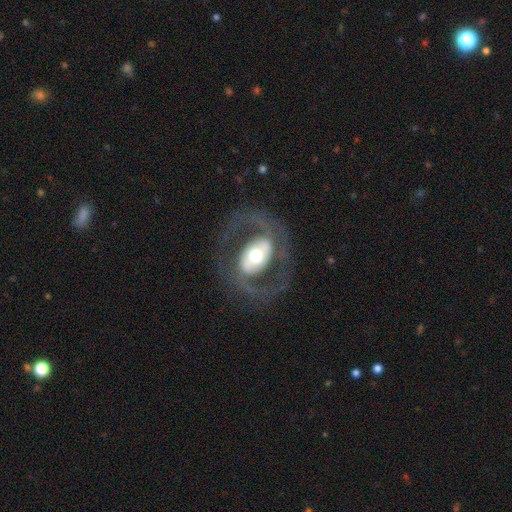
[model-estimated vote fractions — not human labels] Q: Smooth or featured?
A: featured or disk (82%); runner-up: smooth (13%)
Q: Edge-on disk?
A: no (95%); runner-up: yes (5%)
Q: Bar?
A: strong (37%); runner-up: no (36%)
Q: Spiral arms?
A: yes (77%); runner-up: no (23%)
Q: Spiral winding?
A: medium (53%); runner-up: loose (24%)
Q: Spiral arm count?
A: 2 (90%); runner-up: can't tell (5%)
Q: Bulge size?
A: moderate (59%); runner-up: large (25%)
Q: Merging?
A: none (75%); runner-up: major disturbance (13%)